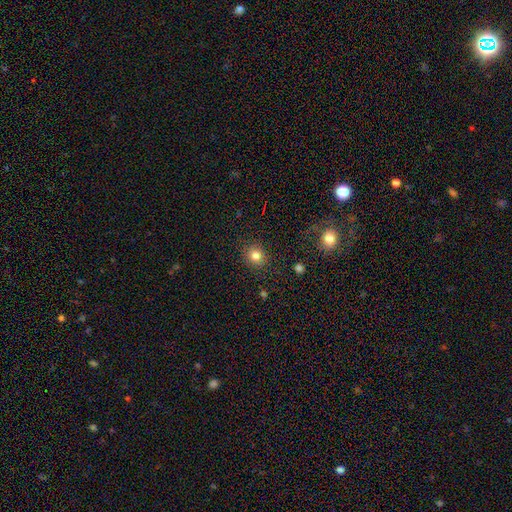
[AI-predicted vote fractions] A smooth galaxy with no disk features (81%) that is round (85%).

Vote fractions:
- Smooth or featured? smooth: 81% / star or artifact: 12% / featured or disk: 6%
- How rounded? round: 85% / in between: 14% / cigar-shaped: 1%
- Merging? none: 89% / minor disturbance: 7% / major disturbance: 3% / merger: 1%